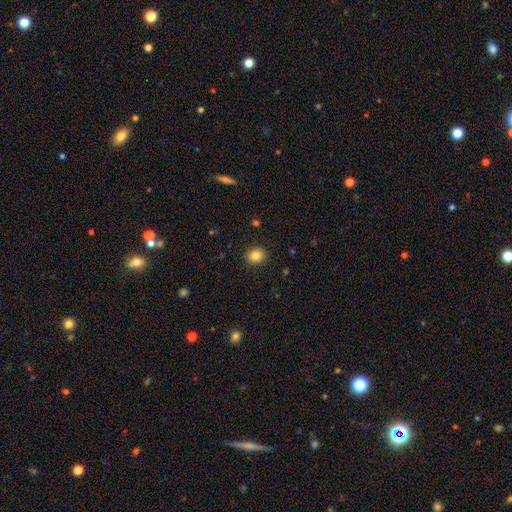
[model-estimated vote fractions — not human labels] The model was most divided on "how rounded": round: 69%, in between: 31%, cigar-shaped: 1%. More confident: merging — none (91%); smooth or featured — smooth (84%).